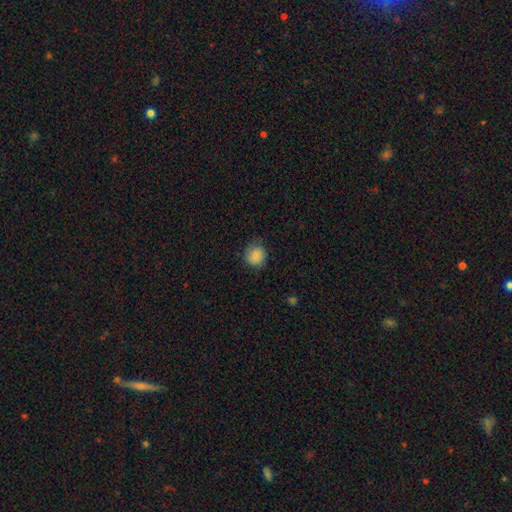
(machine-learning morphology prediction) Smooth or featured? smooth (85%)
How rounded? round (83%)
Merging? none (76%)